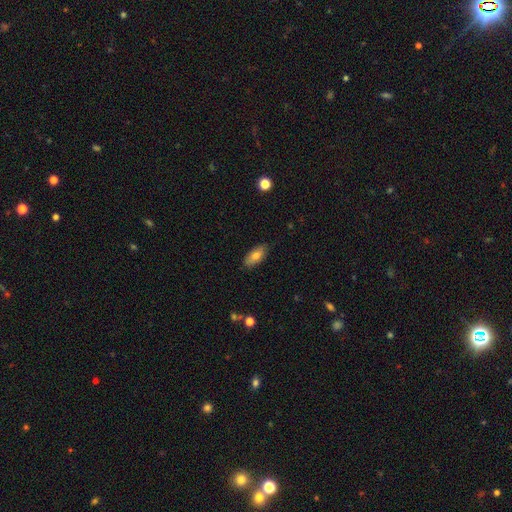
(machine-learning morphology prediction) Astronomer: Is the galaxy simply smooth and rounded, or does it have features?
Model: smooth — 75%.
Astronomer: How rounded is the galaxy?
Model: in between — 87%.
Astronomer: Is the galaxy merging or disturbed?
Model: none — 85%.